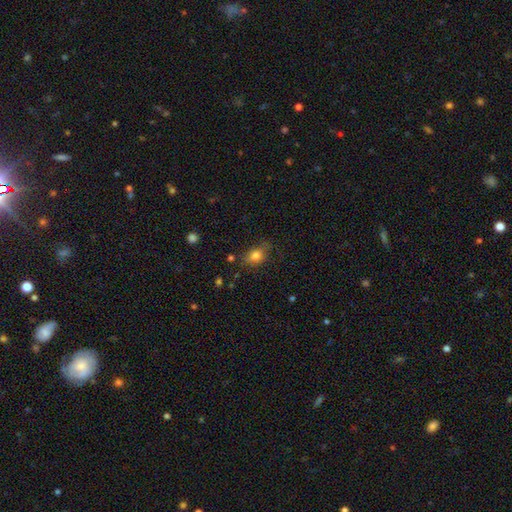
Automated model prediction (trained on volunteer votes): The model was most divided on "how rounded": in between: 63%, round: 35%, cigar-shaped: 2%. More confident: smooth or featured — smooth (79%); merging — none (69%).